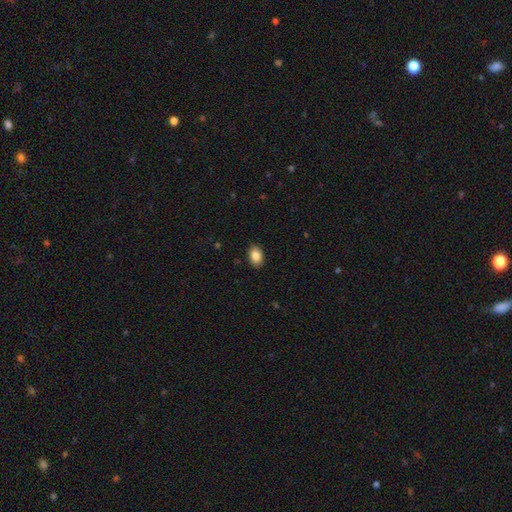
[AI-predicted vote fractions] This appears to be a smooth galaxy with no disk features (86%) that is in between round and cigar-shaped (84%). Merging: none (90%).